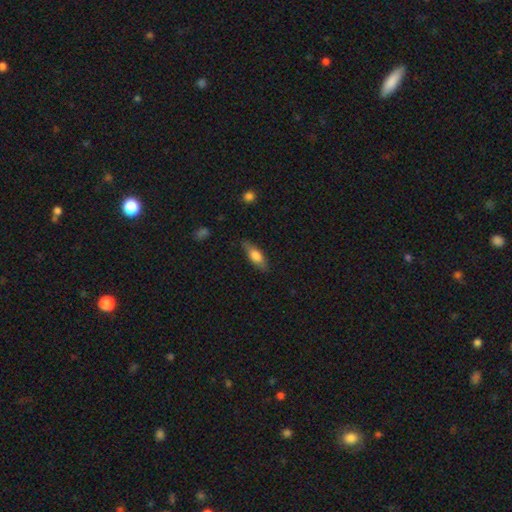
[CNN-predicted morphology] Smooth or featured: smooth — 69% (featured or disk — 25%)
How rounded: in between — 63% (cigar-shaped — 34%)
Merging: none — 80% (minor disturbance — 15%)